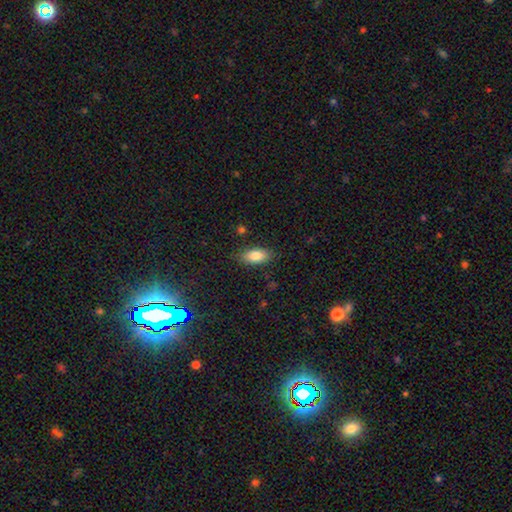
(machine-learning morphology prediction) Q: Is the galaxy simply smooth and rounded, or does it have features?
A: smooth — 82%.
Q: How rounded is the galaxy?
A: in between — 88%.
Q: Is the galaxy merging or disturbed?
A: none — 84%.